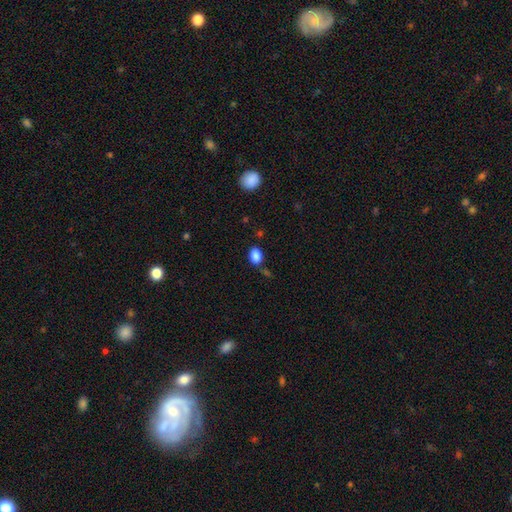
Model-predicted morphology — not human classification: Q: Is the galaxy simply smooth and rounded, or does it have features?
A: smooth — 87%.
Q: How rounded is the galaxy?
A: in between — 81%.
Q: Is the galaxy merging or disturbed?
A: none — 71%.